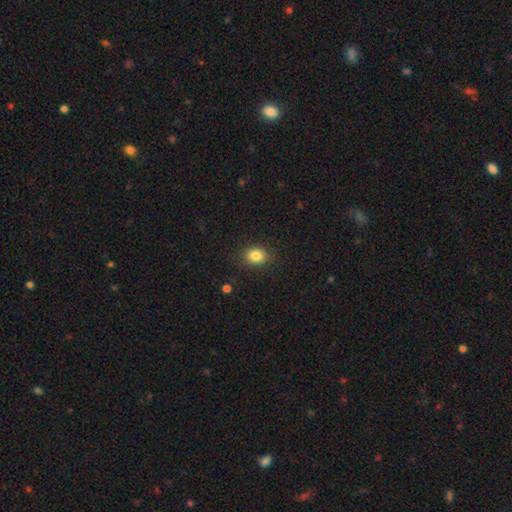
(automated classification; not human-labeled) Smooth or featured?
  - smooth: 85% *
  - star or artifact: 10%
  - featured or disk: 5%
How rounded?
  - in between: 55% *
  - round: 44%
  - cigar-shaped: 1%
Merging?
  - none: 85% *
  - minor disturbance: 11%
  - major disturbance: 3%
  - merger: 1%